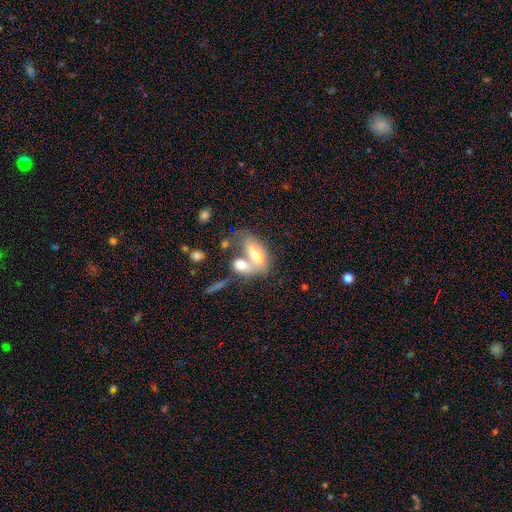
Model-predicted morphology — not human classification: Overall: smooth (65%; featured or disk 28%). How rounded: in between (84%). Merging: merger (63%).